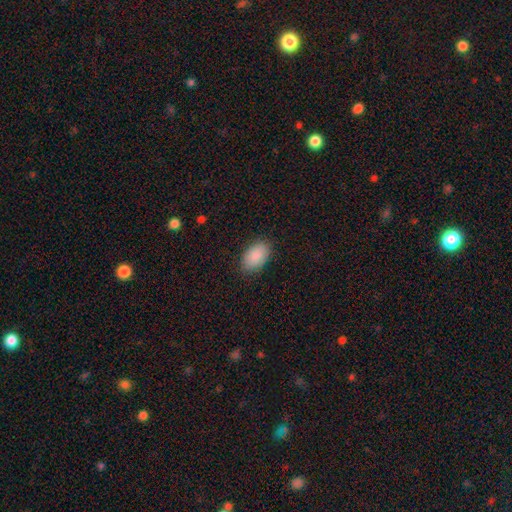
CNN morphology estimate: Smooth or featured? smooth (89%)
How rounded? in between (94%)
Merging? none (86%)